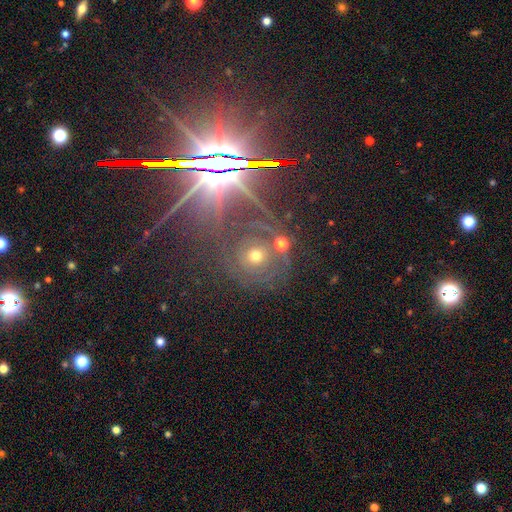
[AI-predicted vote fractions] Smooth or featured: featured or disk — 35% (tied with star or artifact — 35%)
Merging: none — 77% (minor disturbance — 11%)